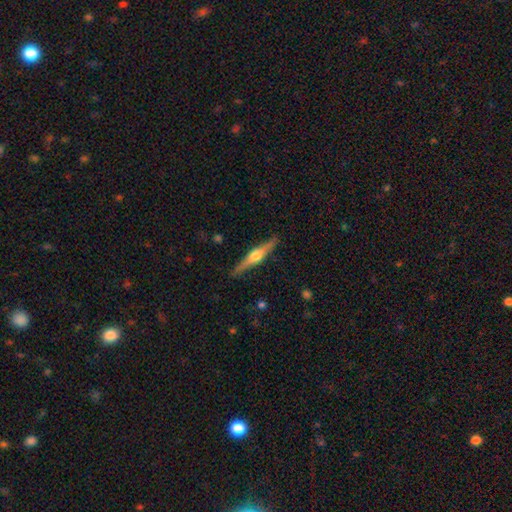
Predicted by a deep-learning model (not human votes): Morphology: type=featured or disk (71%); edge-on=yes (97%); edge-on bulge=rounded (93%); merging=none (89%).